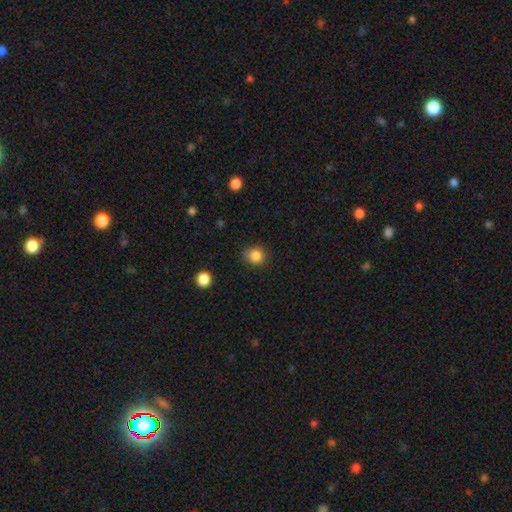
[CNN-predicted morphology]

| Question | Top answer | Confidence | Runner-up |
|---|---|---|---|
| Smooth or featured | smooth | 85% | star or artifact (11%) |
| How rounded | round | 86% | in between (13%) |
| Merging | none | 80% | minor disturbance (15%) |